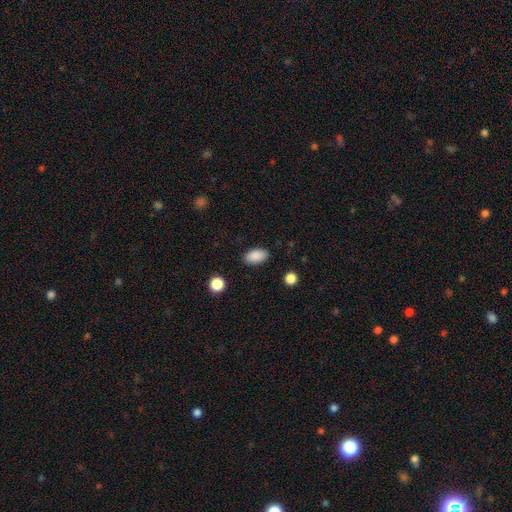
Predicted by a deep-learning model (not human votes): smooth-or-featured: smooth: 89% | star or artifact: 8% | featured or disk: 4%
  how-rounded: in between: 93% | round: 5% | cigar-shaped: 2%
  merging: none: 88% | minor disturbance: 9% | major disturbance: 2% | merger: 1%